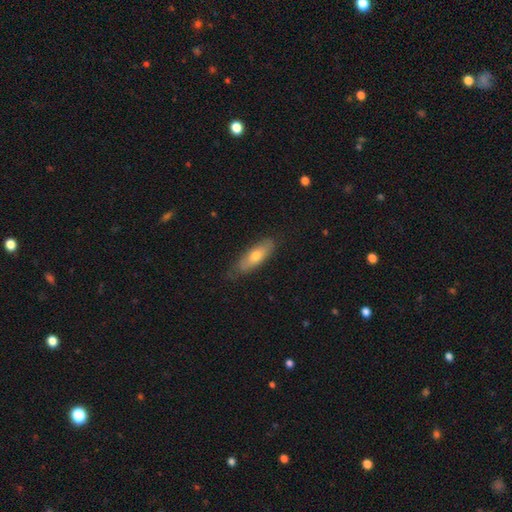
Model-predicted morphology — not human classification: type=smooth (64%); roundness=in between (57%); merging=none (74%).